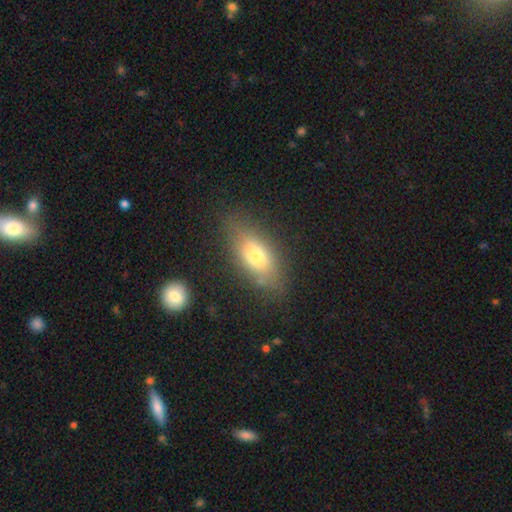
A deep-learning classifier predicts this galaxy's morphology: smooth 69%, featured or disk 22%, star or artifact 9%. Down the decision tree: how rounded — in between (81%); merging — none (75%).